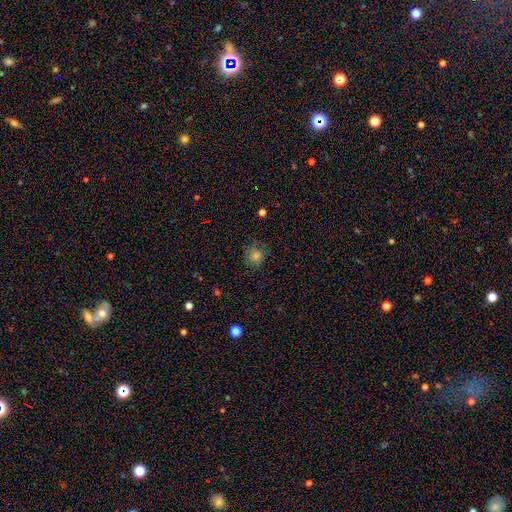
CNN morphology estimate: Smooth or featured: smooth — 63% (star or artifact — 23%)
How rounded: round — 84% (in between — 15%)
Merging: none — 76% (minor disturbance — 16%)